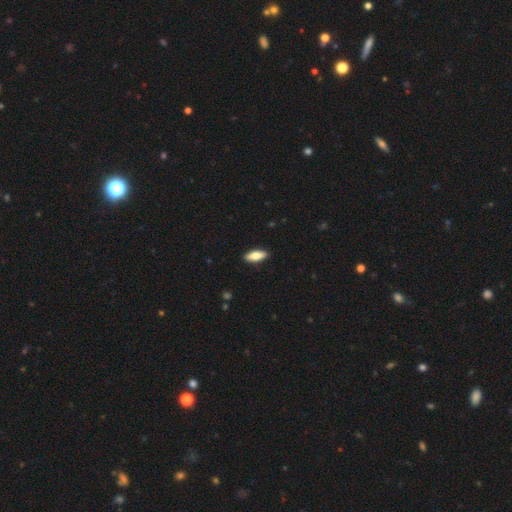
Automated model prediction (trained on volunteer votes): Q: Smooth or featured?
A: smooth (73%); runner-up: featured or disk (21%)
Q: How rounded?
A: in between (67%); runner-up: cigar-shaped (31%)
Q: Merging?
A: none (90%); runner-up: minor disturbance (8%)